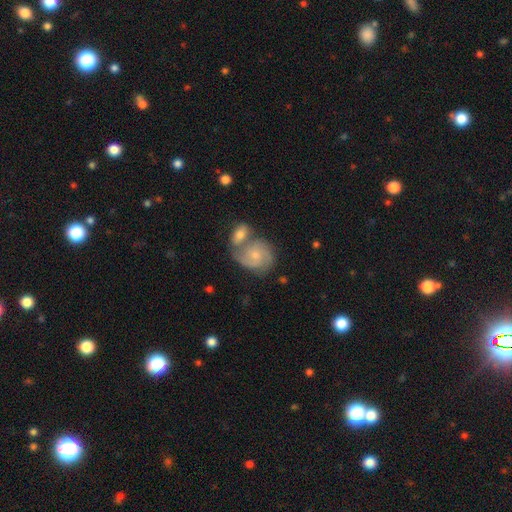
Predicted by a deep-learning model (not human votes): Smooth or featured? Predicted: featured or disk (p=0.64). Edge-on disk? Predicted: no (p=0.97). Bar? Predicted: no (p=0.69). Spiral arms? Predicted: yes (p=0.90). Spiral winding? Predicted: medium (p=0.45). Spiral arm count? Predicted: 2 (p=0.53). Bulge size? Predicted: small (p=0.58). Merging? Predicted: merger (p=0.47).